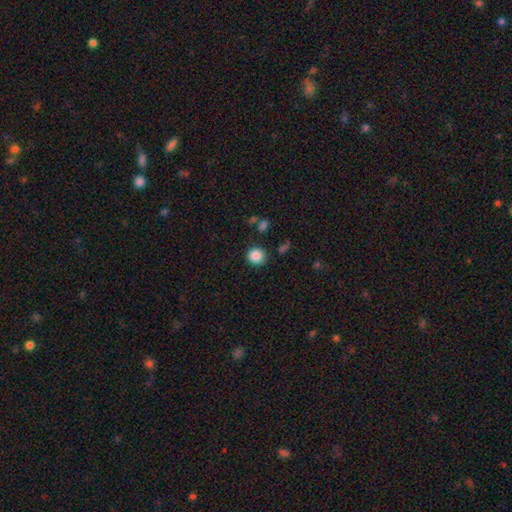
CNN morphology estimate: Smooth or featured: smooth — 86% (star or artifact — 10%)
How rounded: round — 92% (in between — 7%)
Merging: none — 88% (minor disturbance — 7%)